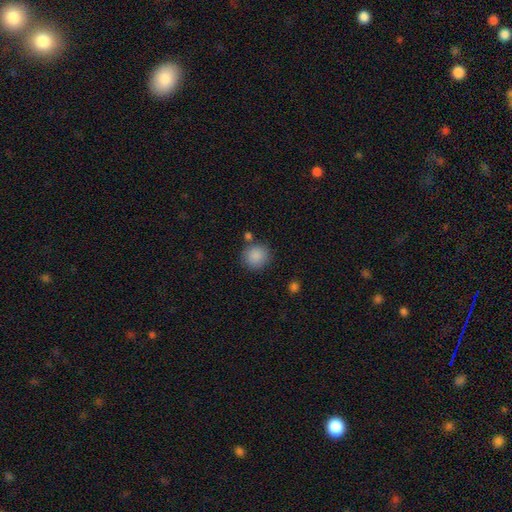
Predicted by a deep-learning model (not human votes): Morphology: type=smooth (88%); roundness=round (90%); merging=none (81%).